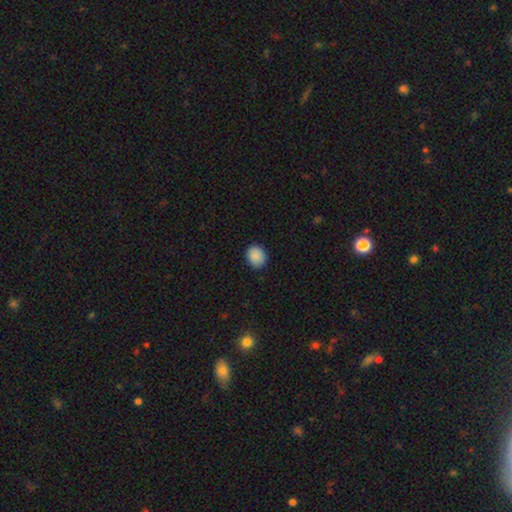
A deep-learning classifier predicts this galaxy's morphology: A smooth galaxy with no disk features (89%) that is round (65%). Merging: none (89%).